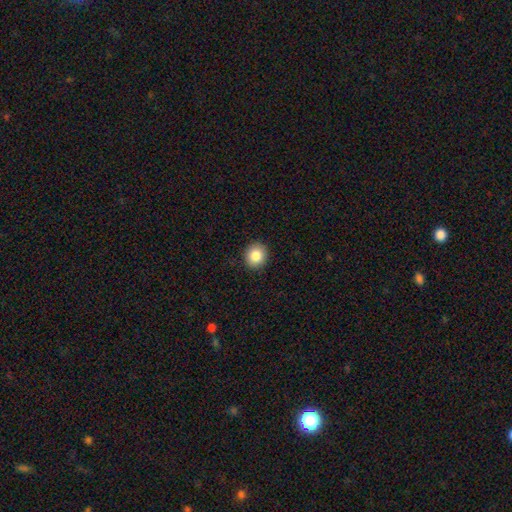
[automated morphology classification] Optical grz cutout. It shows a smooth galaxy with no disk features (85%) that is round (81%). Merging: none (91%).